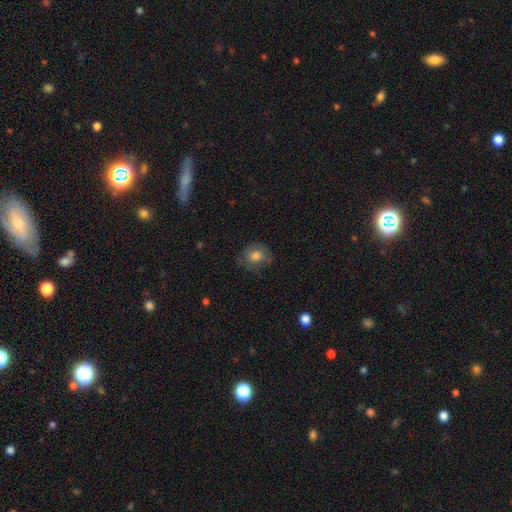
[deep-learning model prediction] smooth_or_featured: smooth (p=0.65) [alt: featured or disk p=0.26]
how_rounded: round (p=0.72) [alt: in between p=0.27]
merging: none (p=0.65) [alt: minor disturbance p=0.23]